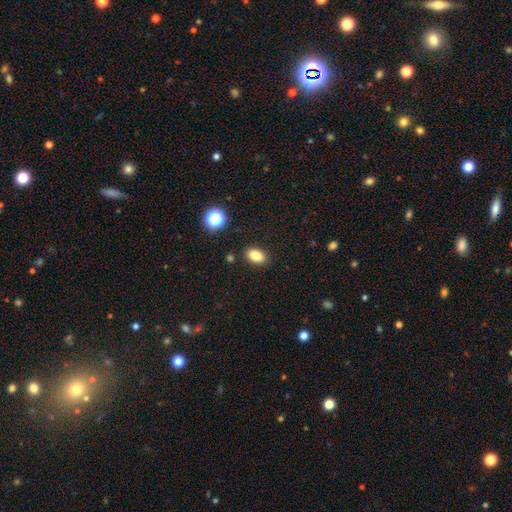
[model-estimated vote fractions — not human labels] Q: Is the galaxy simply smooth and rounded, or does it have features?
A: smooth — 82%.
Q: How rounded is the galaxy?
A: in between — 85%.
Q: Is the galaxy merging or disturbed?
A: none — 87%.